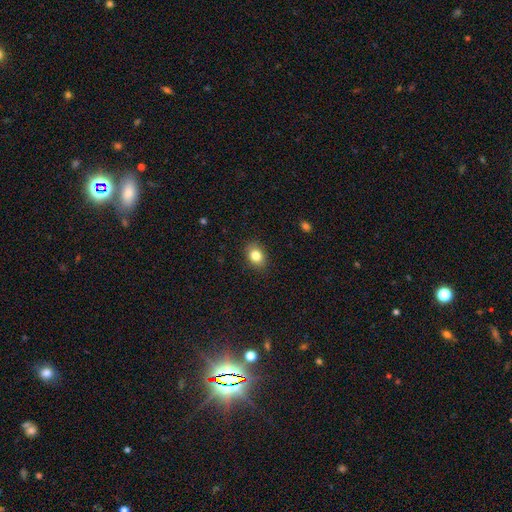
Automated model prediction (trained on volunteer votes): Morphology: type=smooth (83%); roundness=in between (65%); merging=none (87%).